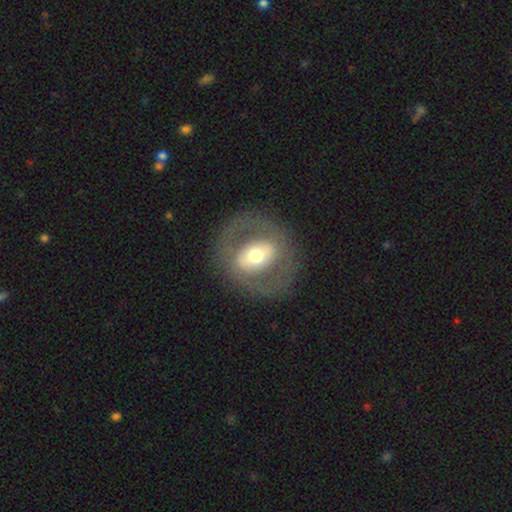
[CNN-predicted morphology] A featured or disk galaxy (59%) with no bar (41%), no spiral arms (79%) and a moderate central bulge (60%).

Vote fractions:
- Smooth or featured? featured or disk: 59% / smooth: 34% / star or artifact: 7%
- Edge-on disk? no: 92% / yes: 8%
- Bar? no: 41% / strong: 32% / weak: 26%
- Spiral arms? no: 79% / yes: 21%
- Bulge size? moderate: 60% / large: 27% / small: 8% / dominant: 4% / none: 1%
- Merging? none: 79% / minor disturbance: 10% / major disturbance: 9% / merger: 1%